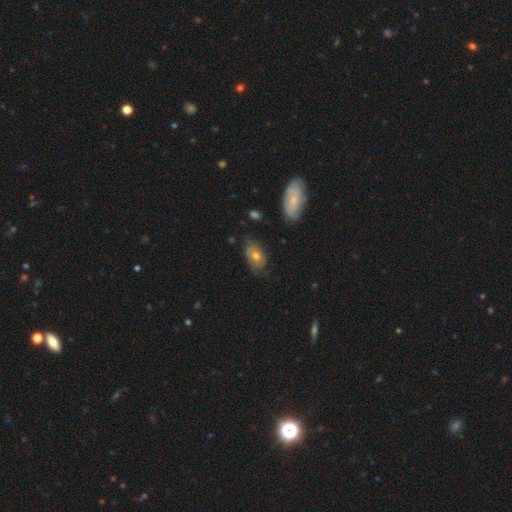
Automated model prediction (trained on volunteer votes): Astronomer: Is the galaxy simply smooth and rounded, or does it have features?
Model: smooth — 49% (runner-up: featured or disk, 41%).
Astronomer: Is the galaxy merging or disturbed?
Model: none — 65%.